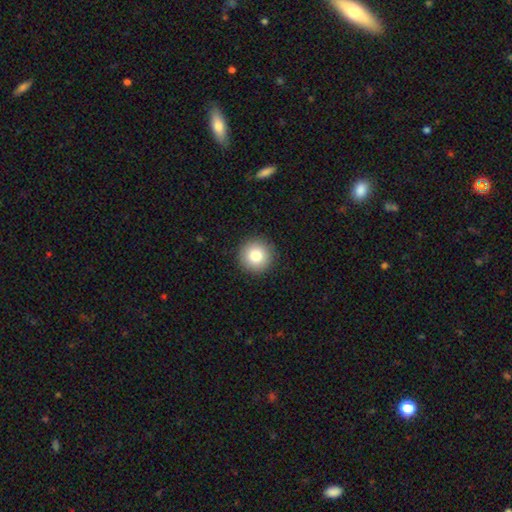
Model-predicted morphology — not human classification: smooth-or-featured: smooth: 83% | star or artifact: 9% | featured or disk: 8%
  how-rounded: round: 96% | in between: 3% | cigar-shaped: 1%
  merging: none: 92% | minor disturbance: 5% | major disturbance: 2% | merger: 1%